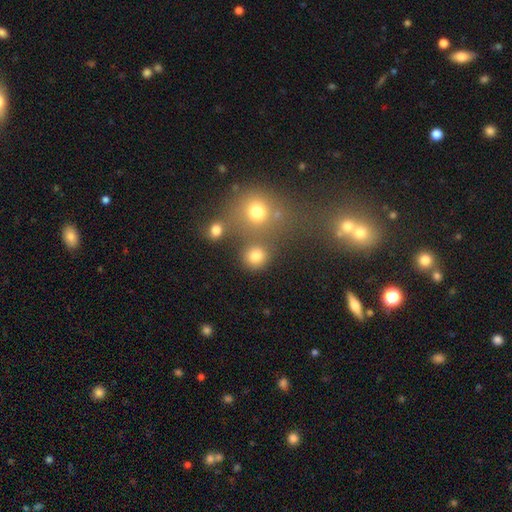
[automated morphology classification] smooth 80%, star or artifact 14%, featured or disk 6%. Down the decision tree: how rounded — round (88%); merging — none (72%).